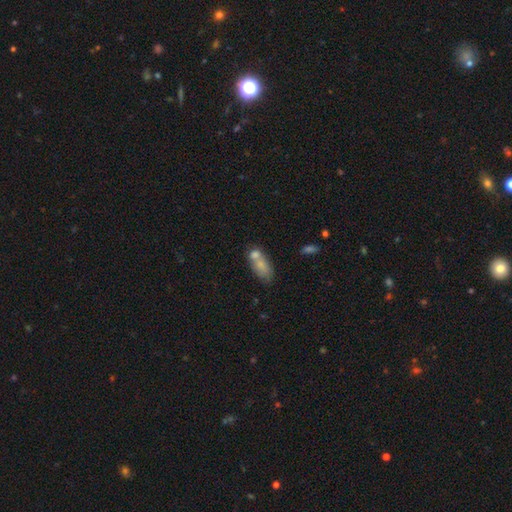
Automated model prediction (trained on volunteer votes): smooth 71%, featured or disk 18%, star or artifact 11%. Down the decision tree: how rounded — in between (77%); merging — merger (41%).